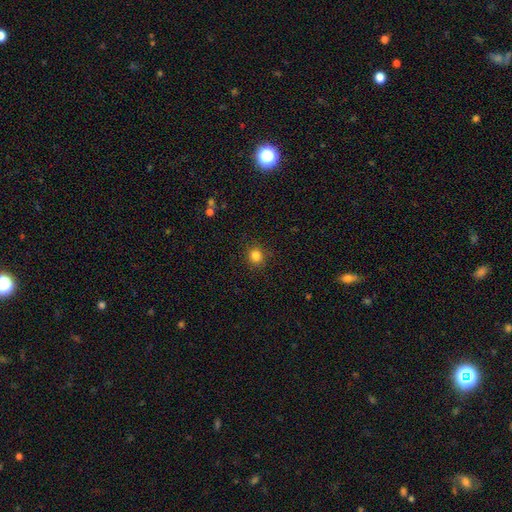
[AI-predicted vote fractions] Overall: smooth (83%). How rounded: round (83%). Merging: none (88%).